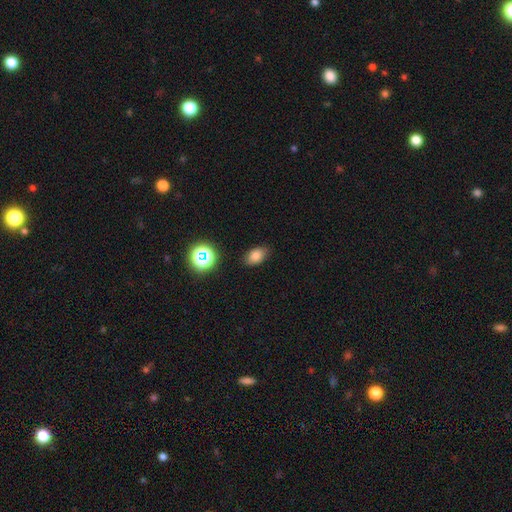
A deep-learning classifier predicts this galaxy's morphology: Overall: smooth (79%). How rounded: in between (85%). Merging: none (85%).